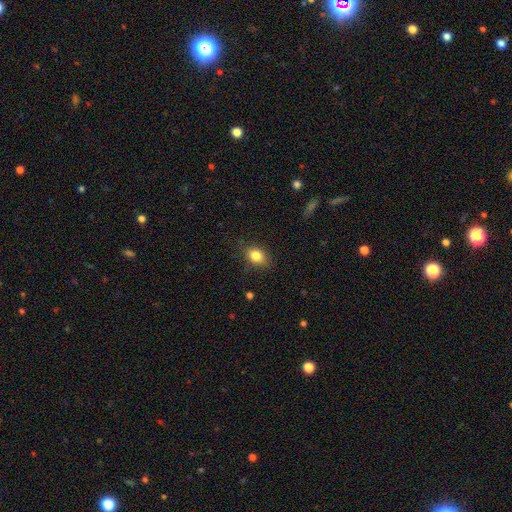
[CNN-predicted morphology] This is clearly a smooth galaxy (83%). How rounded: likely in between (69%). Merging: clearly none (81%).